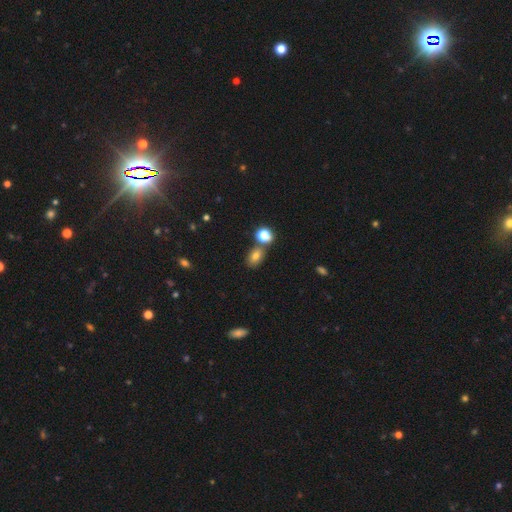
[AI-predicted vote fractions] Smooth or featured? Predicted: smooth (p=0.75). How rounded? Predicted: in between (p=0.72). Merging? Predicted: none (p=0.65).